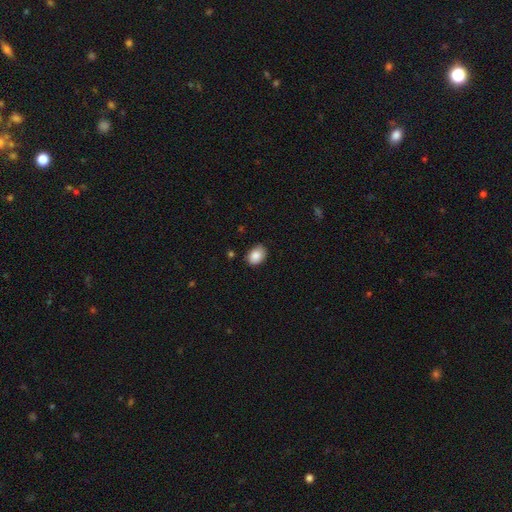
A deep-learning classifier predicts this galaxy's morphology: smooth_or_featured: smooth (p=0.87) [alt: star or artifact p=0.08]
how_rounded: in between (p=0.78) [alt: round p=0.21]
merging: none (p=0.81) [alt: minor disturbance p=0.16]